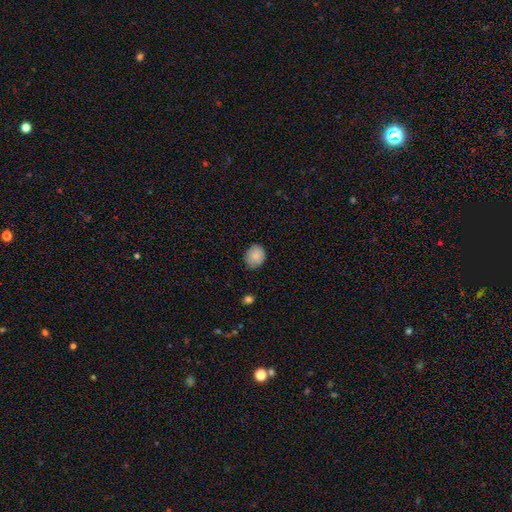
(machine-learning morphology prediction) type=smooth (84%); roundness=round (63%); merging=none (77%).